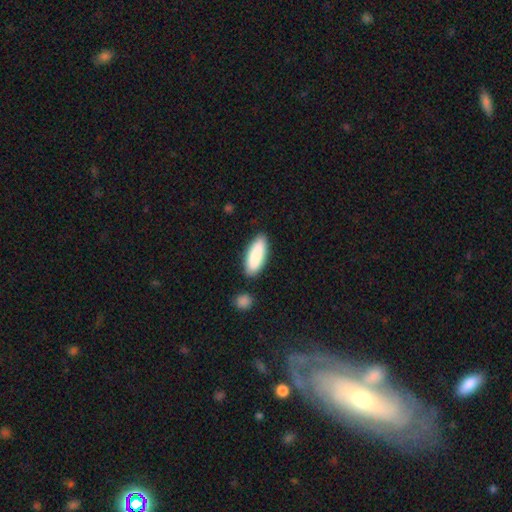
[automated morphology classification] Smooth or featured: smooth — 87% (featured or disk — 8%)
How rounded: in between — 71% (cigar-shaped — 27%)
Merging: none — 82% (minor disturbance — 11%)